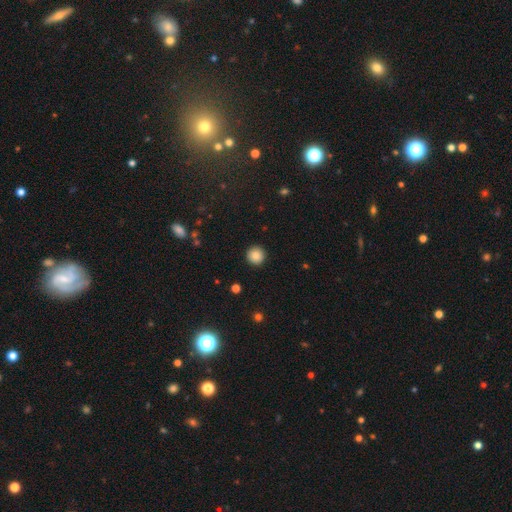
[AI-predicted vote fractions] This appears to be a smooth galaxy with no disk features (86%) that is round (96%). Merging: none (92%).